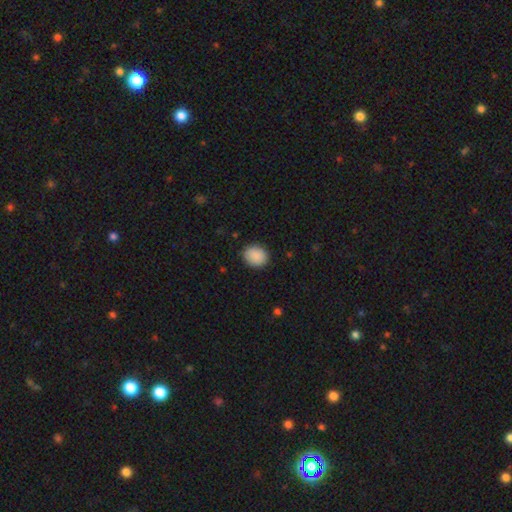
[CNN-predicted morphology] Smooth or featured: smooth — 89% (star or artifact — 7%)
How rounded: round — 71% (in between — 28%)
Merging: none — 89% (minor disturbance — 8%)